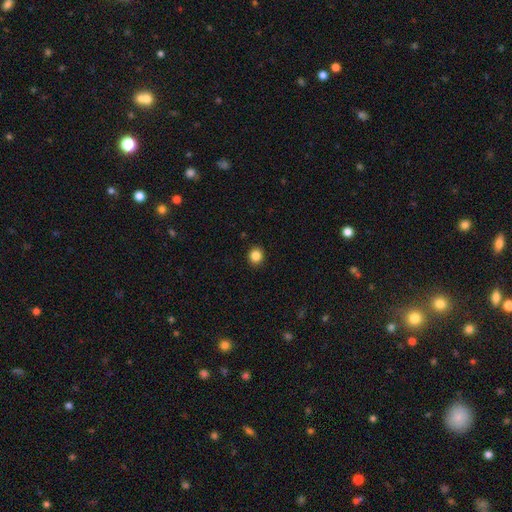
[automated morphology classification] Smooth or featured?
  - smooth: 86% *
  - star or artifact: 11%
  - featured or disk: 4%
How rounded?
  - round: 87% *
  - in between: 12%
  - cigar-shaped: 1%
Merging?
  - none: 92% *
  - minor disturbance: 5%
  - major disturbance: 2%
  - merger: 1%